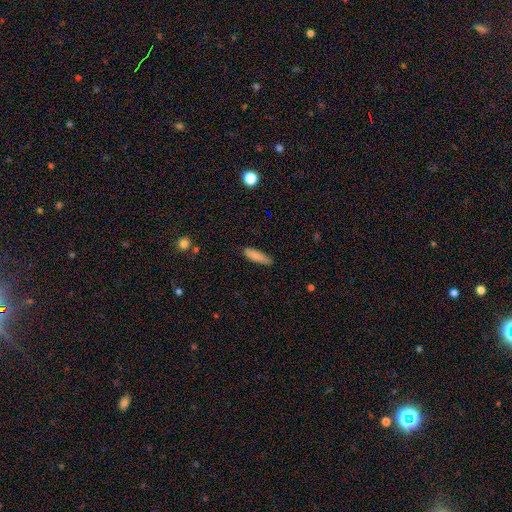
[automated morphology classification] Q: Smooth or featured?
A: smooth (84%); runner-up: featured or disk (10%)
Q: How rounded?
A: cigar-shaped (58%); runner-up: in between (40%)
Q: Merging?
A: none (81%); runner-up: minor disturbance (15%)